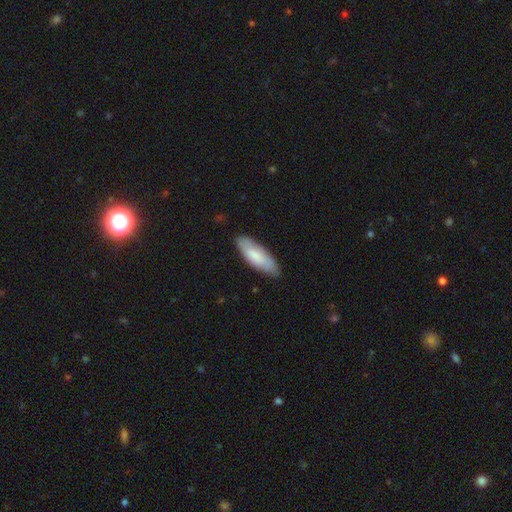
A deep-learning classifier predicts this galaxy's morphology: A smooth galaxy with no disk features (77%) that is in between round and cigar-shaped (61%). Merging: none (79%).